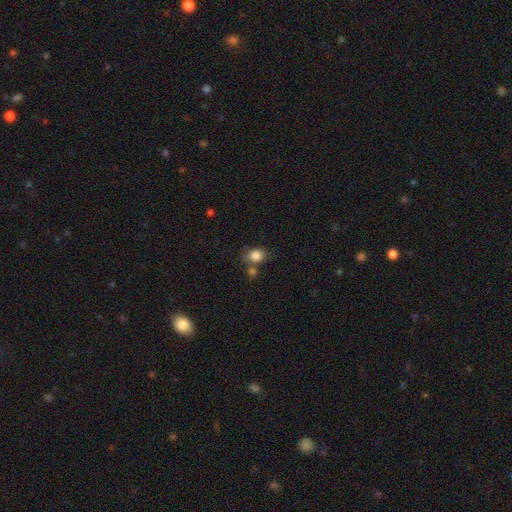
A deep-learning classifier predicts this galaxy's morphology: Smooth or featured: smooth — 84% (star or artifact — 9%)
How rounded: in between — 54% (round — 45%)
Merging: none — 60% (merger — 18%)